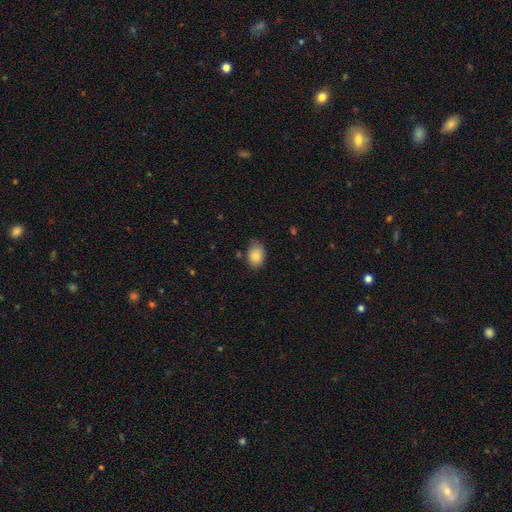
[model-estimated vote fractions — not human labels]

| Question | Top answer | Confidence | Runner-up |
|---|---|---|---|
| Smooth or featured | smooth | 86% | star or artifact (8%) |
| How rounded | in between | 76% | round (23%) |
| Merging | none | 74% | minor disturbance (20%) |